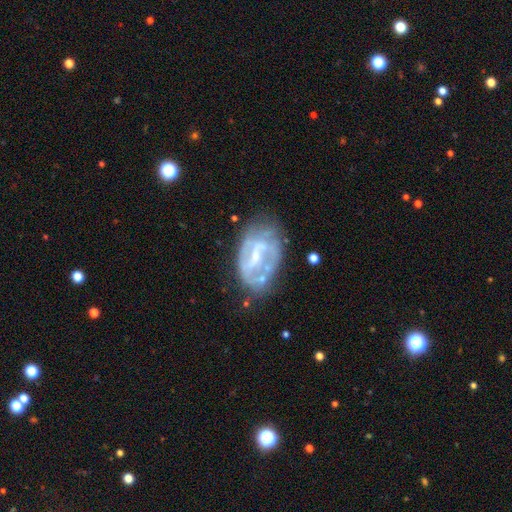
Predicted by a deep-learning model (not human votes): The model was most divided on "bar": weak: 46%, no: 27%, strong: 27%. More confident: edge-on disk — no (96%); smooth or featured — featured or disk (78%); bulge size — small (61%); spiral arms — yes (61%); merging — none (50%).